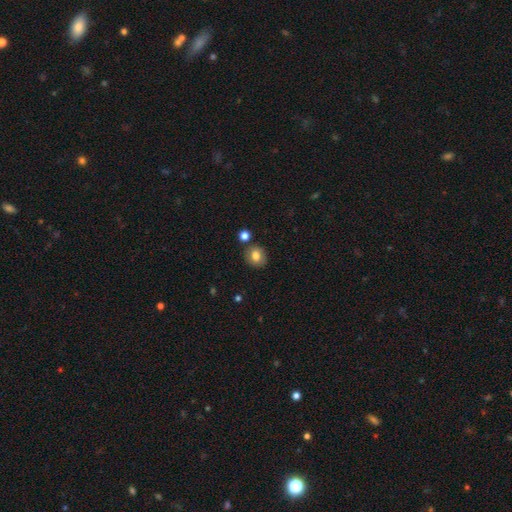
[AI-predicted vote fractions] smooth_or_featured: smooth (p=0.79) [alt: featured or disk p=0.11]
how_rounded: round (p=0.74) [alt: in between p=0.25]
merging: none (p=0.80) [alt: minor disturbance p=0.10]